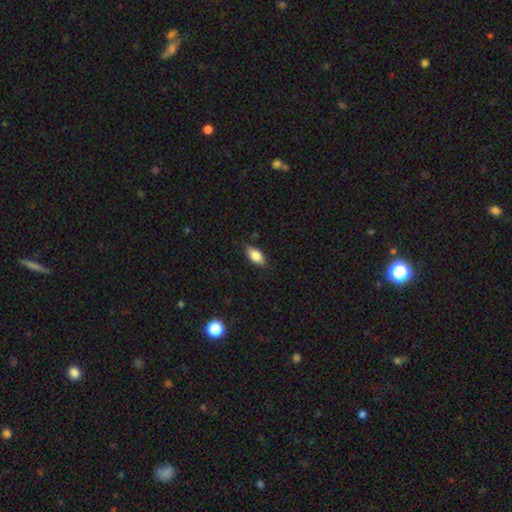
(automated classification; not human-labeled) Smooth or featured? Predicted: smooth (p=0.81). How rounded? Predicted: in between (p=0.88). Merging? Predicted: none (p=0.81).